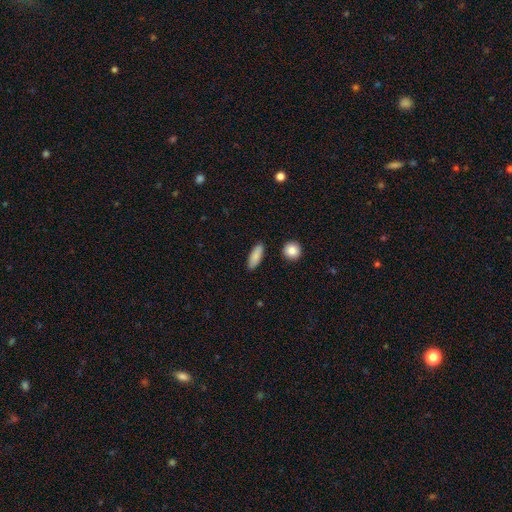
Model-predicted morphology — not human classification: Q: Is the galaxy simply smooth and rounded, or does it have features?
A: smooth — 87%.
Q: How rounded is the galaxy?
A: in between — 69%.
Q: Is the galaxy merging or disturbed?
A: none — 87%.